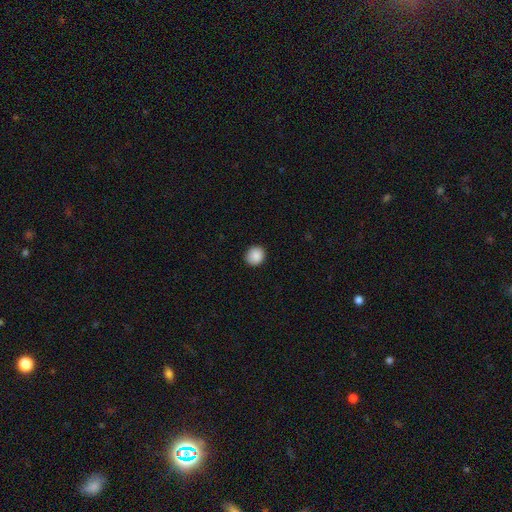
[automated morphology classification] This is clearly a smooth galaxy (89%). How rounded: clearly round (87%). Merging: clearly none (91%).